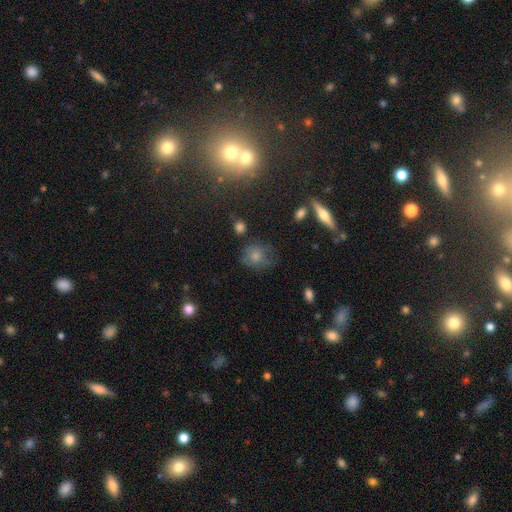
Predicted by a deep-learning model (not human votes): A smooth galaxy with no disk features (71%) that is round (73%).

Vote fractions:
- Smooth or featured? smooth: 71% / featured or disk: 16% / star or artifact: 13%
- How rounded? round: 73% / in between: 26% / cigar-shaped: 1%
- Merging? none: 56% / minor disturbance: 25% / major disturbance: 15% / merger: 4%